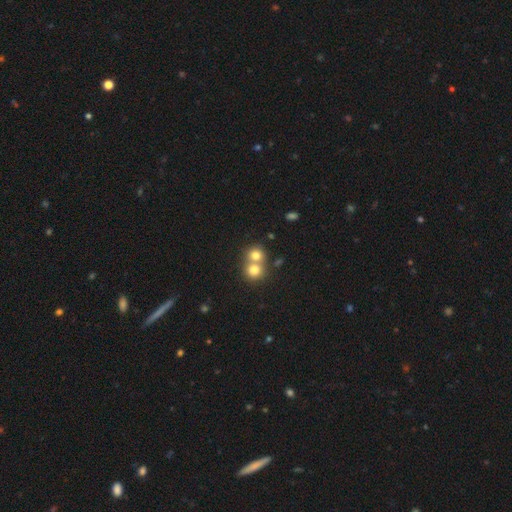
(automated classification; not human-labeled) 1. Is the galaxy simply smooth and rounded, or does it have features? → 76% smooth, 13% featured or disk, 12% star or artifact.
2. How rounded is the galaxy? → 82% round, 18% in between, 1% cigar-shaped.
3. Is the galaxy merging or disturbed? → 59% merger, 34% none, 5% minor disturbance, 2% major disturbance.